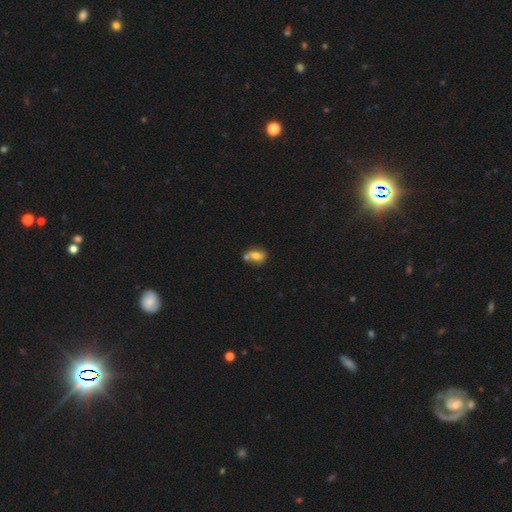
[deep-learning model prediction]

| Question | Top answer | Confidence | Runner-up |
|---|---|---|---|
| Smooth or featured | smooth | 63% | featured or disk (26%) |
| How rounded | in between | 74% | round (22%) |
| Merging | none | 39% | merger (38%) |